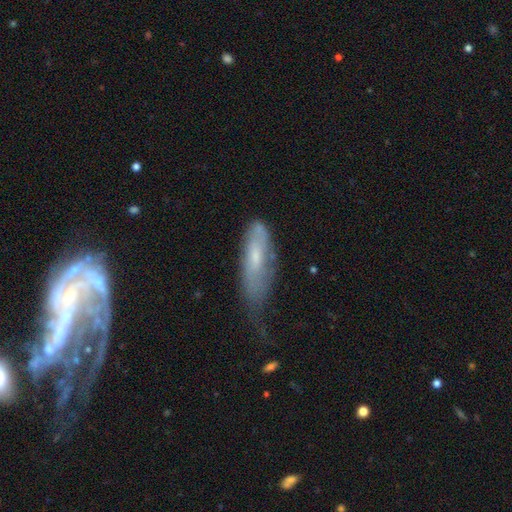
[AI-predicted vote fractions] Smooth or featured? smooth (54%)
How rounded? in between (52%)
Merging? minor disturbance (39%)